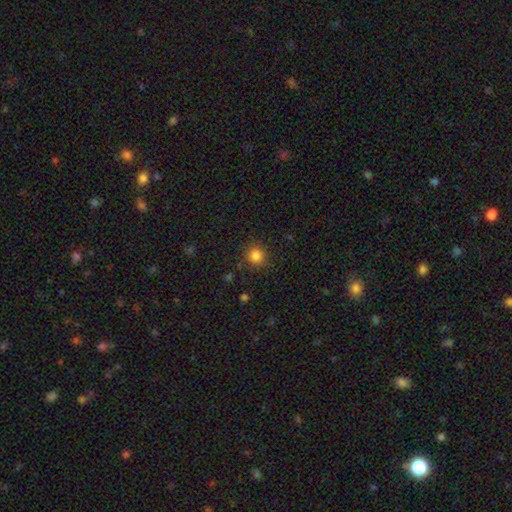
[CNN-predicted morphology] Smooth or featured? smooth (84%)
How rounded? round (92%)
Merging? none (88%)